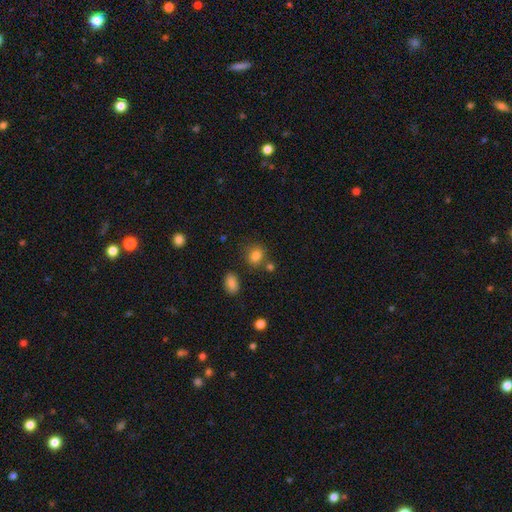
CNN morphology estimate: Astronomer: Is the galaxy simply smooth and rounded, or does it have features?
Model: smooth — 82%.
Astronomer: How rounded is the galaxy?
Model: round — 65%.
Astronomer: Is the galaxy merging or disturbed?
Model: none — 73%.